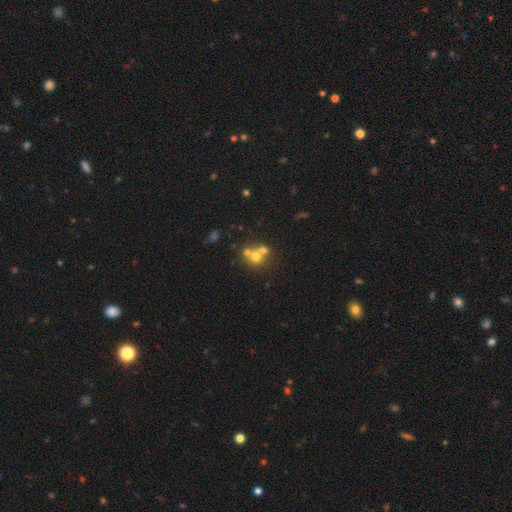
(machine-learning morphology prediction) This appears to be a smooth galaxy with no disk features (60%) that is round (84%). Merging: merger (49%).